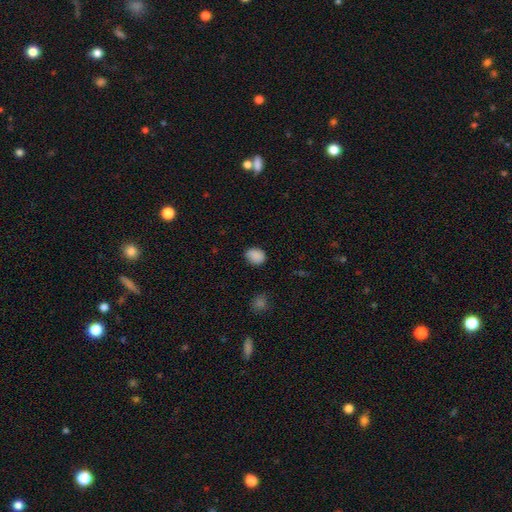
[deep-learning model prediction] smooth_or_featured: smooth (p=0.88) [alt: star or artifact p=0.09]
how_rounded: round (p=0.51) [alt: in between p=0.48]
merging: none (p=0.82) [alt: minor disturbance p=0.14]